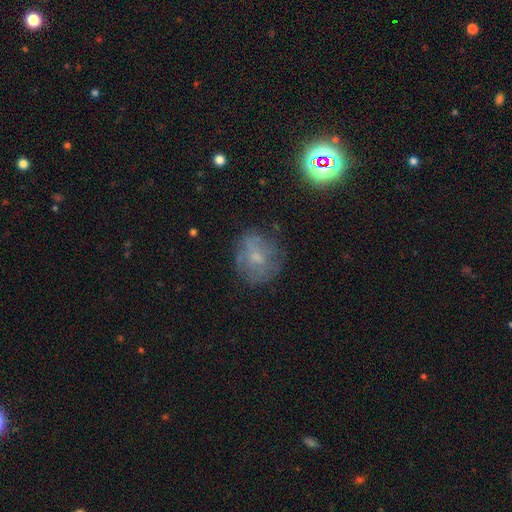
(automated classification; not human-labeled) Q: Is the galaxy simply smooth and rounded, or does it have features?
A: smooth — 46%.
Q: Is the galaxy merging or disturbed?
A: none — 67%.